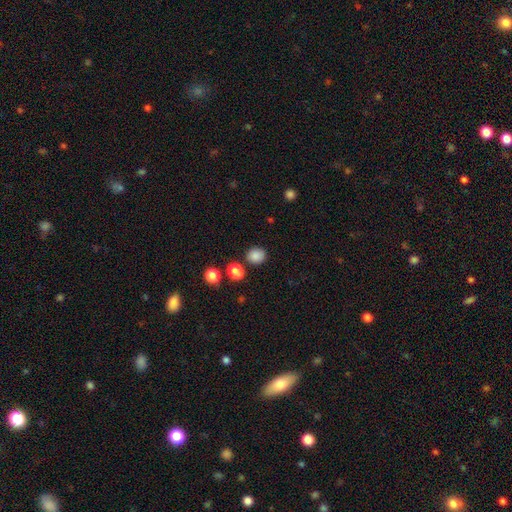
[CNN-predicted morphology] A smooth galaxy with no disk features (85%) that is round (71%).

Vote fractions:
- Smooth or featured? smooth: 85% / star or artifact: 11% / featured or disk: 4%
- How rounded? round: 71% / in between: 28% / cigar-shaped: 1%
- Merging? none: 82% / minor disturbance: 10% / merger: 5% / major disturbance: 3%